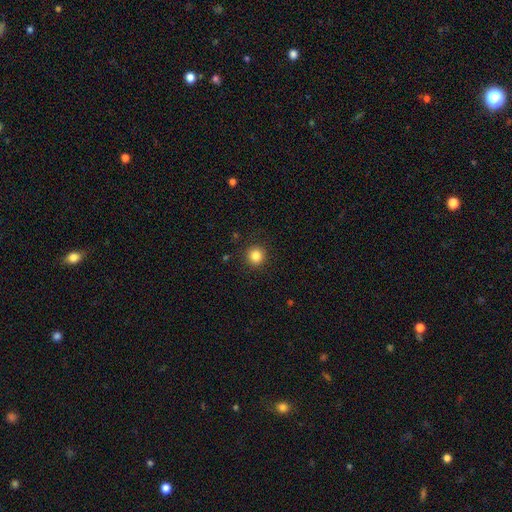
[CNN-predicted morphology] Smooth or featured? smooth (85%)
How rounded? round (94%)
Merging? none (92%)